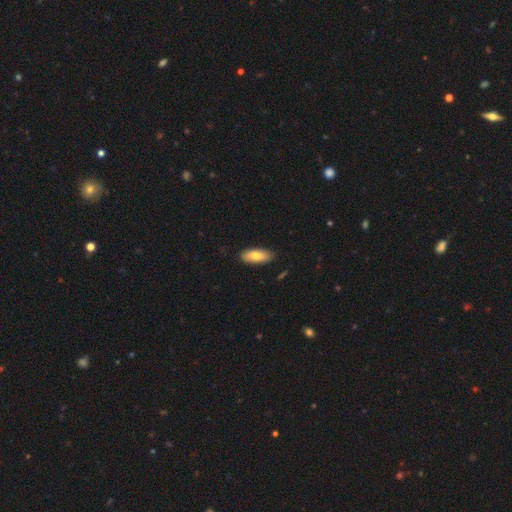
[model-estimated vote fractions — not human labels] smooth_or_featured: smooth (p=0.77) [alt: featured or disk p=0.17]
how_rounded: in between (p=0.78) [alt: cigar-shaped p=0.20]
merging: none (p=0.85) [alt: minor disturbance p=0.12]